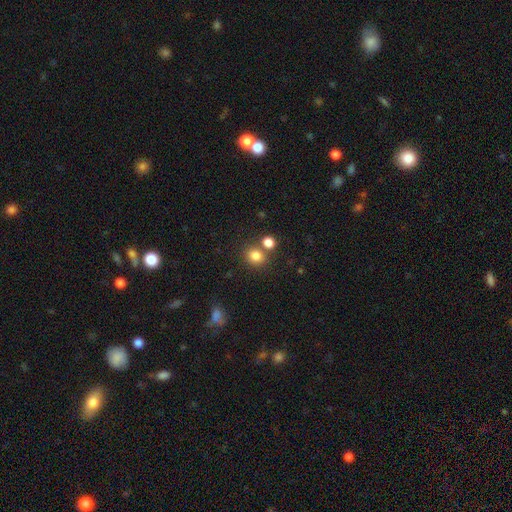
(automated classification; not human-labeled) Smooth or featured? smooth (82%)
How rounded? round (76%)
Merging? none (67%)